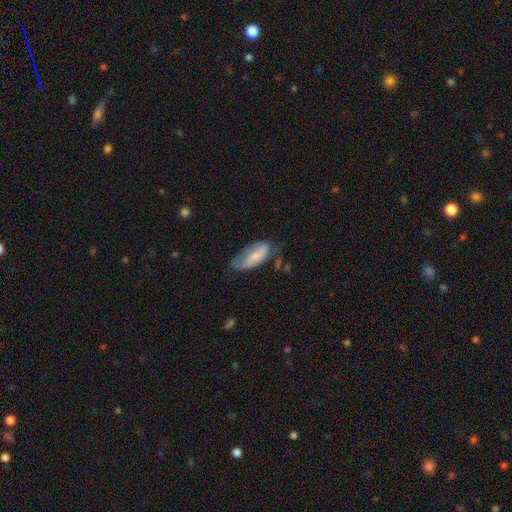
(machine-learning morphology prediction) type=smooth (63%); roundness=in between (79%); merging=none (43%).